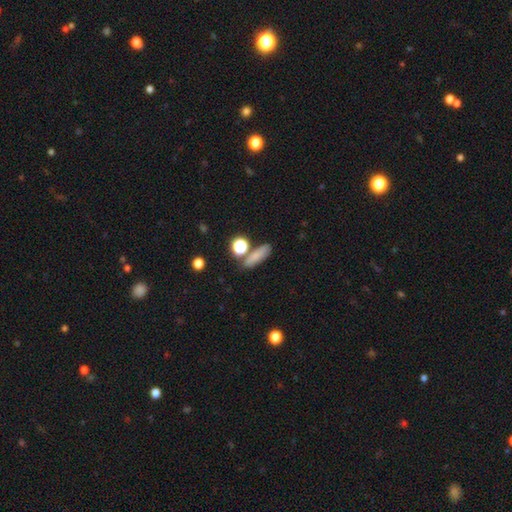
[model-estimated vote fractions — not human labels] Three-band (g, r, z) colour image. It shows a smooth galaxy with no disk features (77%) that is in between round and cigar-shaped (46%). Merging: none (70%).